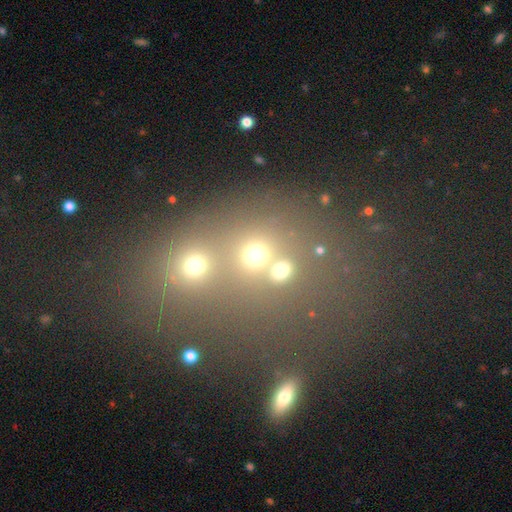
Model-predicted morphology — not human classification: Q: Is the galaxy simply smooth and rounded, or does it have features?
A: smooth — 71%.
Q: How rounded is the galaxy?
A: round — 81%.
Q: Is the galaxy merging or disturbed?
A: merger — 53%.